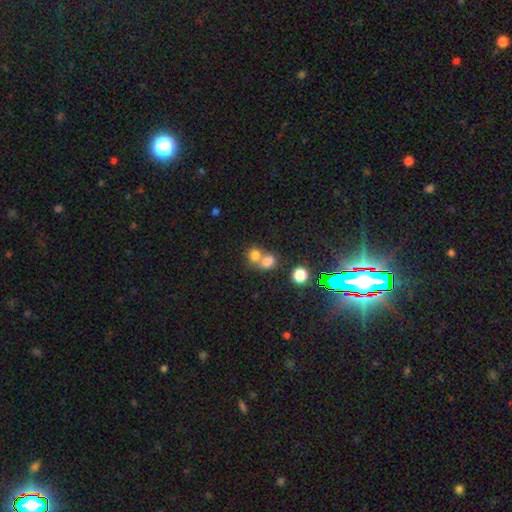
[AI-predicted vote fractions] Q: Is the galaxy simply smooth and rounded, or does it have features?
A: smooth — 75%.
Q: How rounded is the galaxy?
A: round — 65%.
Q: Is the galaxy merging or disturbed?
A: merger — 59%.